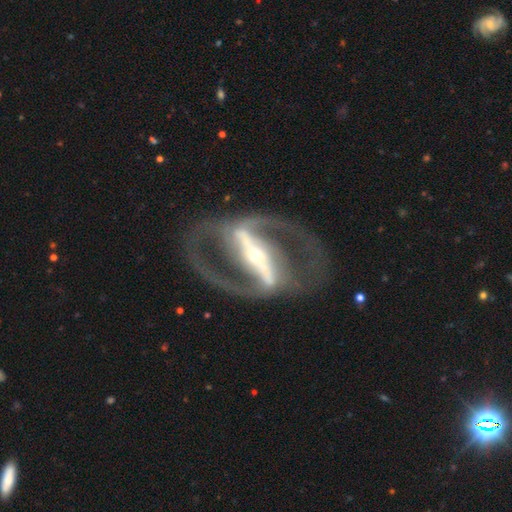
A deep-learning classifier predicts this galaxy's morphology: A featured or disk galaxy (92%) with a strong bar (84%), 2 (92%) medium (56%) spiral arms (90%) and a small central bulge (69%).

Vote fractions:
- Smooth or featured? featured or disk: 92% / star or artifact: 5% / smooth: 4%
- Edge-on disk? no: 93% / yes: 7%
- Bar? strong: 84% / weak: 10% / no: 6%
- Spiral arms? yes: 90% / no: 10%
- Spiral winding? medium: 56% / loose: 23% / tight: 21%
- Spiral arm count? 2: 92% / can't tell: 3% / 1: 2% / 3: 1% / 4: 1% / more than 4: 1%
- Bulge size? small: 69% / moderate: 25% / large: 3% / dominant: 2% / none: 1%
- Merging? none: 75% / major disturbance: 12% / minor disturbance: 11% / merger: 2%